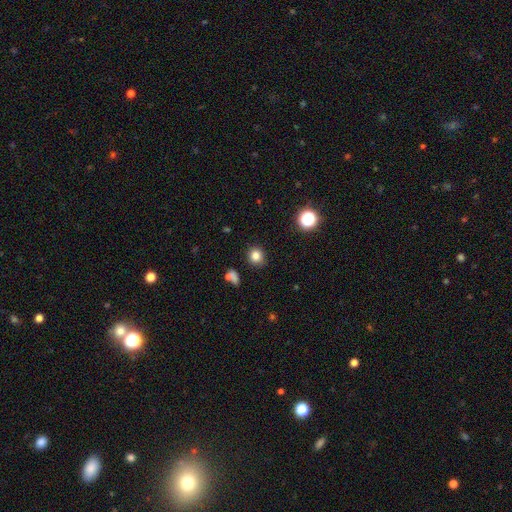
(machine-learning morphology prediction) The model was most divided on "smooth or featured": smooth: 81%, star or artifact: 13%, featured or disk: 6%. More confident: merging — none (86%); how rounded — round (85%).